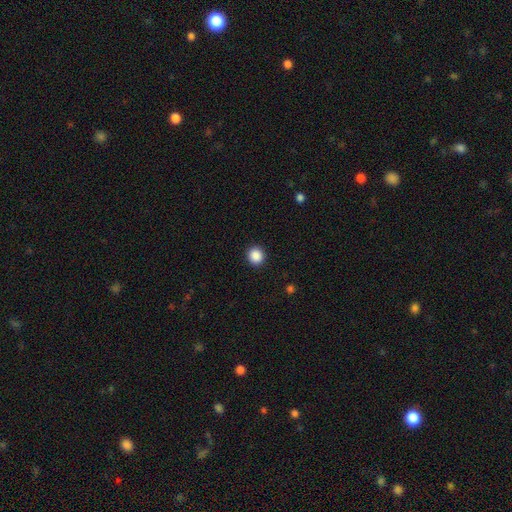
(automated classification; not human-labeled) smooth-or-featured: smooth: 88% | star or artifact: 9% | featured or disk: 3%
  how-rounded: round: 90% | in between: 9% | cigar-shaped: 1%
  merging: none: 92% | minor disturbance: 5% | major disturbance: 2% | merger: 1%